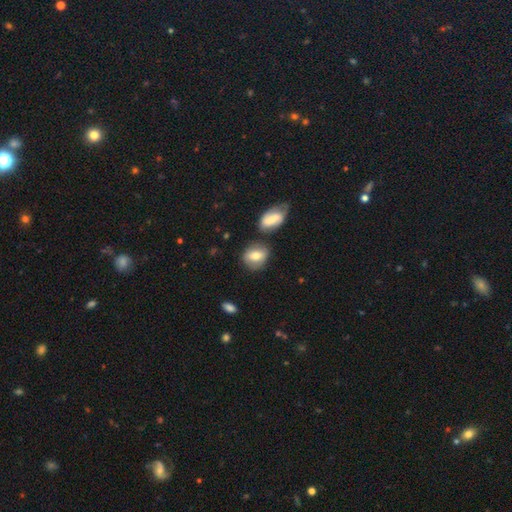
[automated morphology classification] A smooth galaxy with no disk features (67%) that is round (49%, tied with in between).

Vote fractions:
- Smooth or featured? smooth: 67% / featured or disk: 25% / star or artifact: 8%
- How rounded? round: 49% (tied) / in between: 49% (tied) / cigar-shaped: 2%
- Merging? none: 68% / minor disturbance: 16% / merger: 11% / major disturbance: 5%